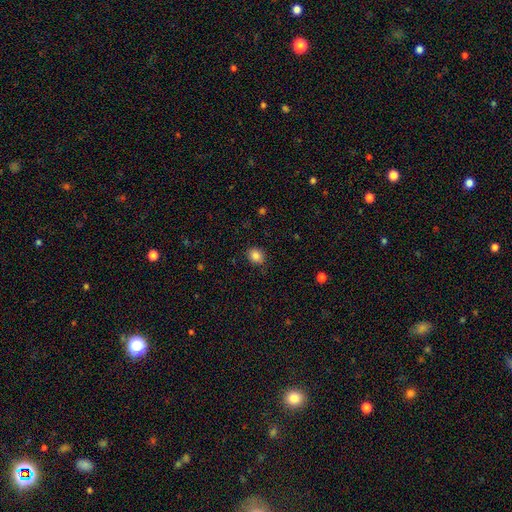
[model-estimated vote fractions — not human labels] This is clearly a smooth galaxy (84%). How rounded: likely round (64%). Merging: clearly none (83%).